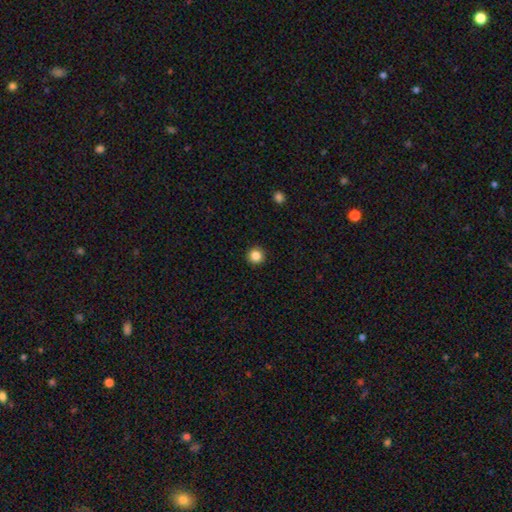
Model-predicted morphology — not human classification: Smooth or featured: smooth — 85% (star or artifact — 11%)
How rounded: round — 95% (in between — 4%)
Merging: none — 93% (minor disturbance — 4%)